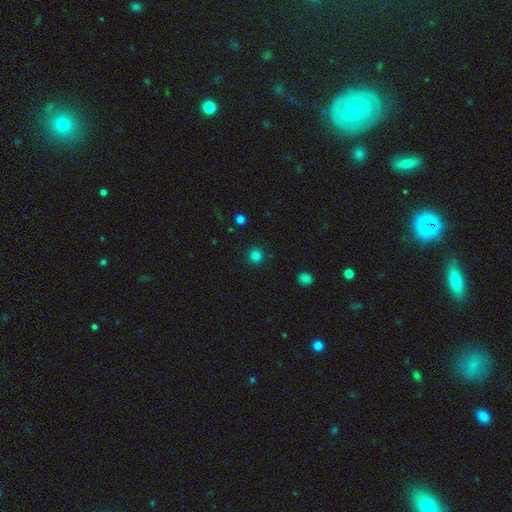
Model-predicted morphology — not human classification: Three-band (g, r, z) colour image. It shows a smooth galaxy with no disk features (83%) that is round (94%). Merging: none (92%).